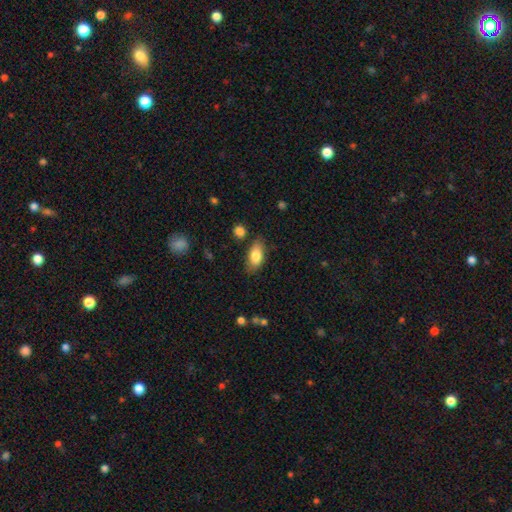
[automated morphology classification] A smooth galaxy with no disk features (80%) that is in between round and cigar-shaped (89%).

Vote fractions:
- Smooth or featured? smooth: 80% / featured or disk: 13% / star or artifact: 7%
- How rounded? in between: 89% / cigar-shaped: 8% / round: 4%
- Merging? none: 78% / minor disturbance: 15% / major disturbance: 3% / merger: 3%